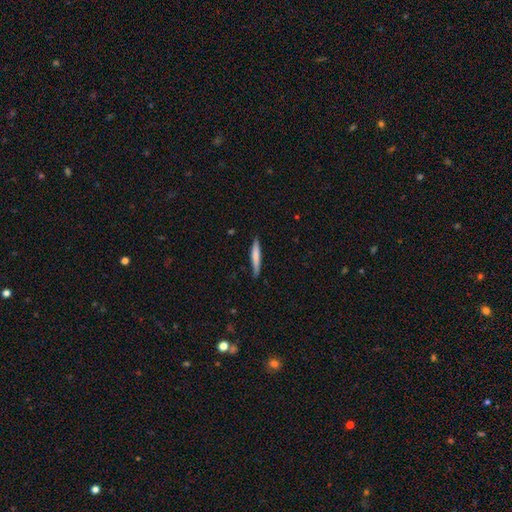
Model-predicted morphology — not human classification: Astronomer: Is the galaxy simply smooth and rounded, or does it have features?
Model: smooth — 69%.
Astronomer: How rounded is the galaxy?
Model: cigar-shaped — 93%.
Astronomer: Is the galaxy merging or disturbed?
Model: none — 86%.